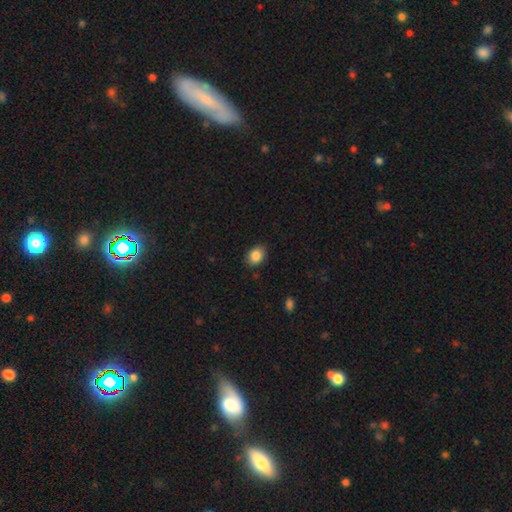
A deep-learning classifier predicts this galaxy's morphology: Q: Smooth or featured?
A: smooth (86%); runner-up: star or artifact (8%)
Q: How rounded?
A: in between (68%); runner-up: round (31%)
Q: Merging?
A: none (85%); runner-up: minor disturbance (11%)